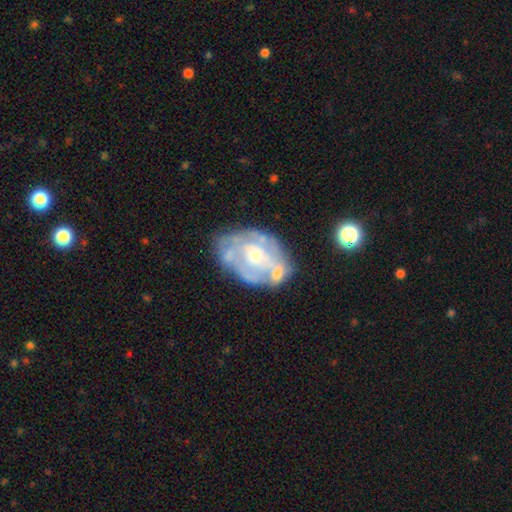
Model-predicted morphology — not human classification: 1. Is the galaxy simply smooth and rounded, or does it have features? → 76% featured or disk, 17% smooth, 6% star or artifact.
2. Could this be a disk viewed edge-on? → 97% no, 3% yes.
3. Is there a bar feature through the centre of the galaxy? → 70% no, 24% weak, 6% strong.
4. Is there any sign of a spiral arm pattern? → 61% yes, 39% no.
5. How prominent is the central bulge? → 58% small, 36% moderate, 2% none, 2% large, 1% dominant.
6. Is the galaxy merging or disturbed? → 52% none, 23% minor disturbance, 14% merger, 12% major disturbance.